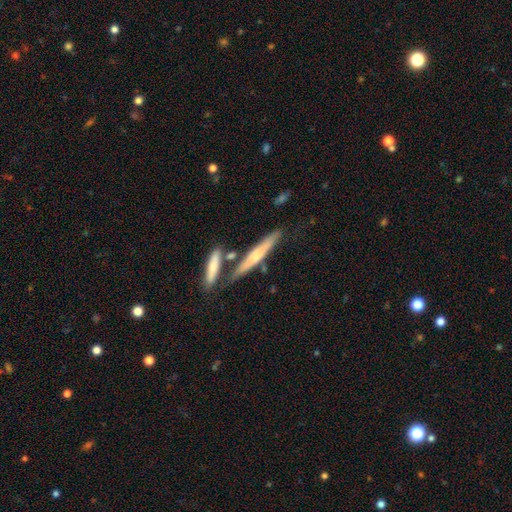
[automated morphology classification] A smooth galaxy with no disk features (49%). Merging: none (69%).